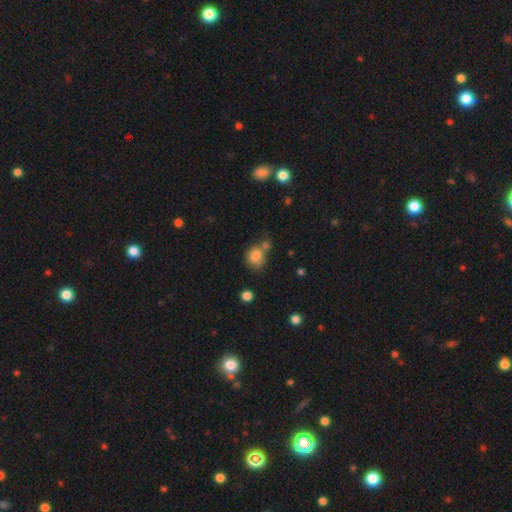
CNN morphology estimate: This appears to be a smooth galaxy with no disk features (82%) that is round (67%). Merging: none (52%).